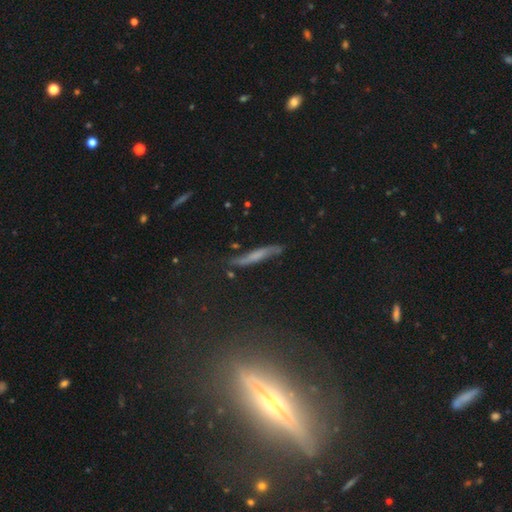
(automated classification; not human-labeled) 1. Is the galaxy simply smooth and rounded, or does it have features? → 47% featured or disk, 41% smooth, 12% star or artifact.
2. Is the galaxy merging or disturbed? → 70% none, 21% minor disturbance, 5% major disturbance, 3% merger.